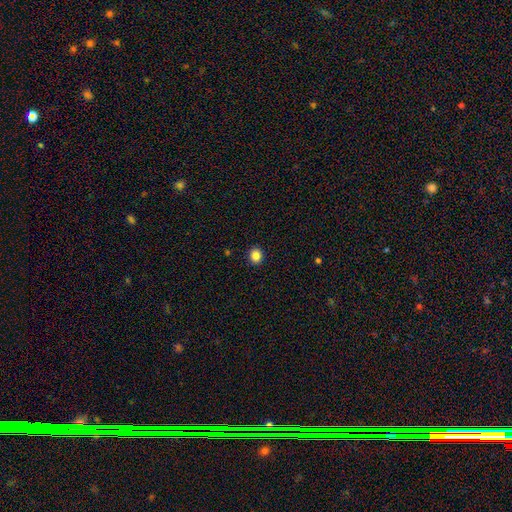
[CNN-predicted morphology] Smooth or featured? smooth (85%)
How rounded? round (76%)
Merging? none (92%)